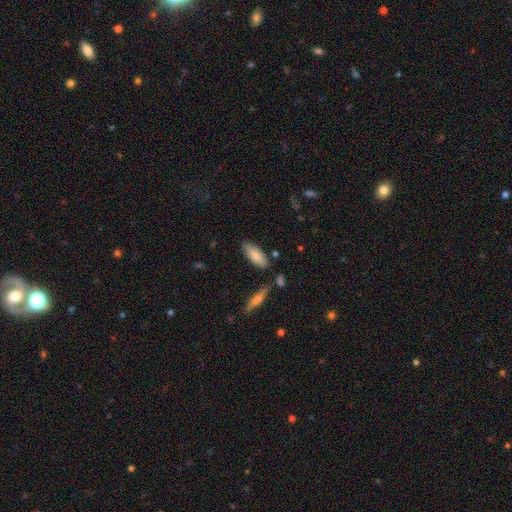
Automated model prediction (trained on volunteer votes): Smooth or featured? Predicted: smooth (p=0.81). How rounded? Predicted: in between (p=0.76). Merging? Predicted: none (p=0.78).